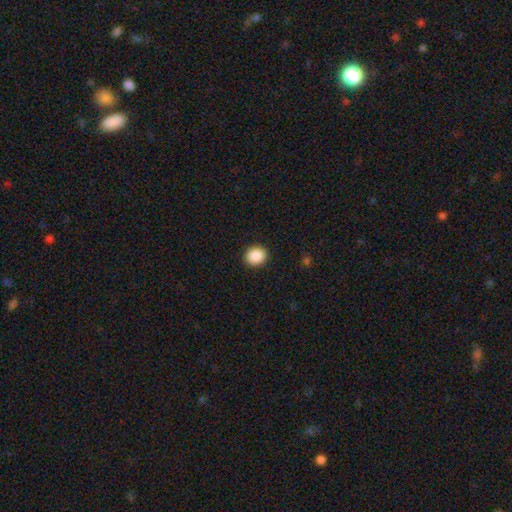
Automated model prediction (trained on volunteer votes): Smooth or featured: smooth — 89% (star or artifact — 8%)
How rounded: round — 81% (in between — 18%)
Merging: none — 91% (minor disturbance — 6%)